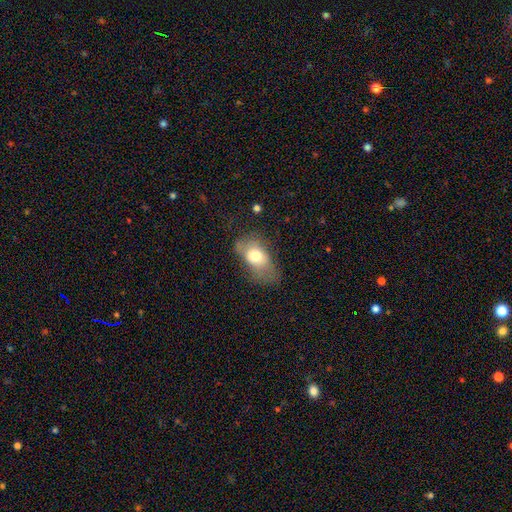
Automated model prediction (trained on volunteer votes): smooth_or_featured: smooth (p=0.68) [alt: featured or disk p=0.23]
how_rounded: in between (p=0.86) [alt: round p=0.11]
merging: none (p=0.33) [alt: minor disturbance p=0.32]